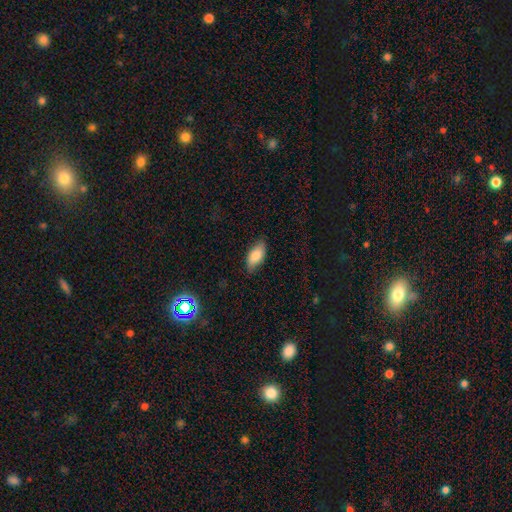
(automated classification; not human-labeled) Smooth or featured? Predicted: smooth (p=0.81). How rounded? Predicted: in between (p=0.90). Merging? Predicted: none (p=0.82).